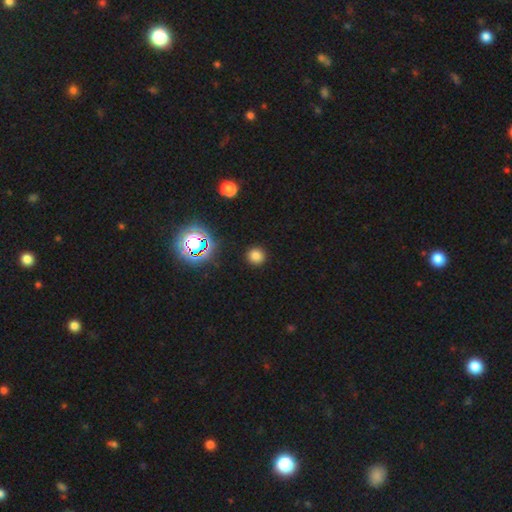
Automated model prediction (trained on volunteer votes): smooth 75%, star or artifact 20%, featured or disk 6%. Down the decision tree: how rounded — round (92%); merging — none (91%).